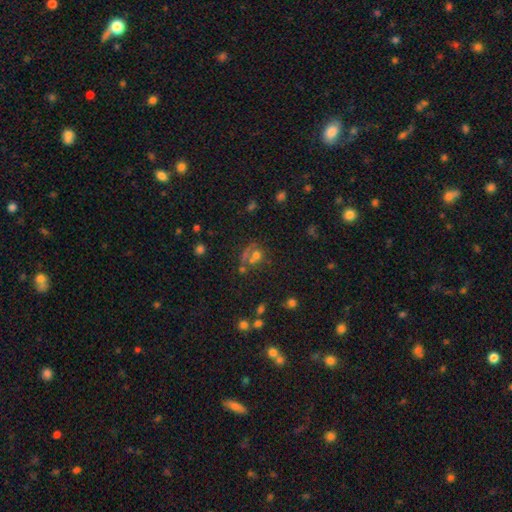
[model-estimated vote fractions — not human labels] smooth_or_featured: smooth (p=0.48) [alt: star or artifact p=0.30]
merging: none (p=0.41) [alt: merger p=0.32]